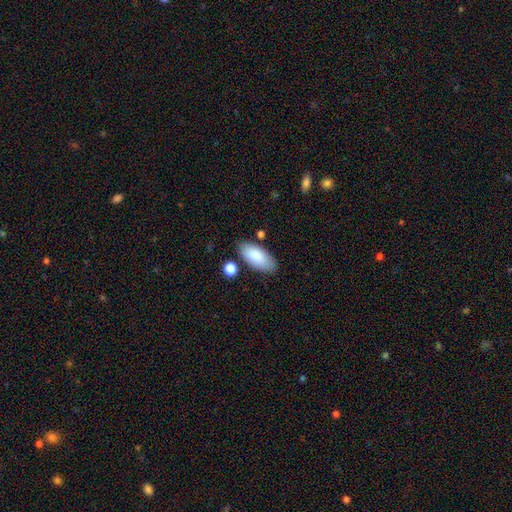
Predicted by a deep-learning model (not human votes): smooth 87%, featured or disk 7%, star or artifact 6%. Down the decision tree: how rounded — in between (91%); merging — none (78%).